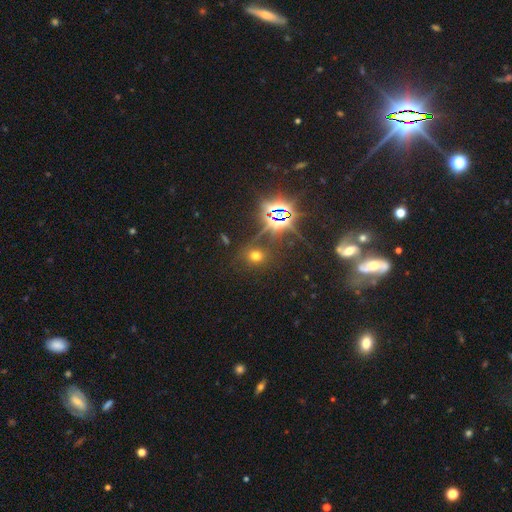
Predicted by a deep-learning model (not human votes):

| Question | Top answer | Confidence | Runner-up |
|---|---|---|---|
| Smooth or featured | smooth | 50% | star or artifact (41%) |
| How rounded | round | 72% | in between (26%) |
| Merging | none | 78% | minor disturbance (11%) |